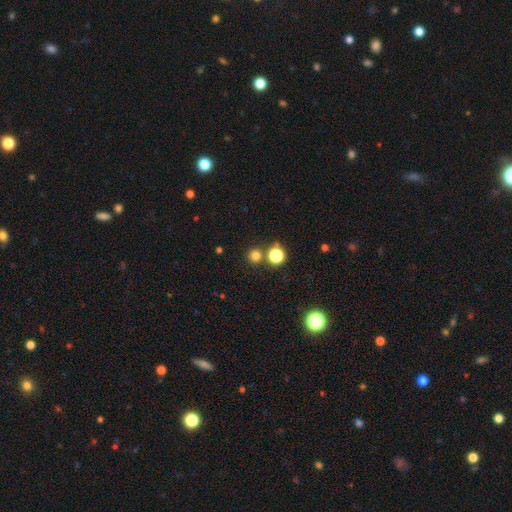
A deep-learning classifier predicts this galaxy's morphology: Overall: smooth (76%). How rounded: round (94%). Merging: none (78%).